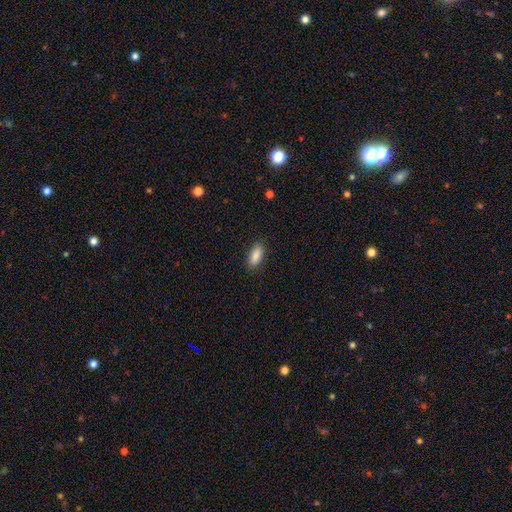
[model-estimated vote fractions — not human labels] Q: Smooth or featured?
A: smooth (87%); runner-up: star or artifact (7%)
Q: How rounded?
A: in between (85%); runner-up: cigar-shaped (13%)
Q: Merging?
A: none (87%); runner-up: minor disturbance (10%)